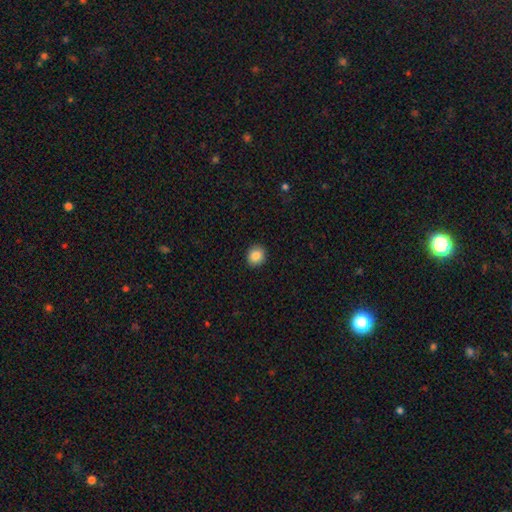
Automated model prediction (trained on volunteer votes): A smooth galaxy with no disk features (86%) that is round (76%). Merging: none (92%).